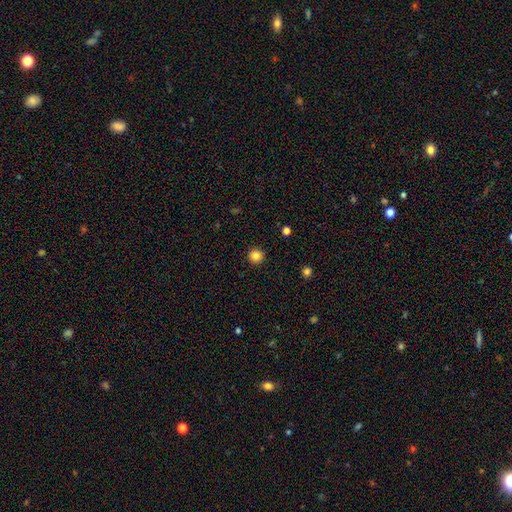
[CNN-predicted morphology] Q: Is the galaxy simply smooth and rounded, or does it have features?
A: smooth — 85%.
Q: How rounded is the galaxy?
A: round — 95%.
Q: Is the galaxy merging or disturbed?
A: none — 93%.